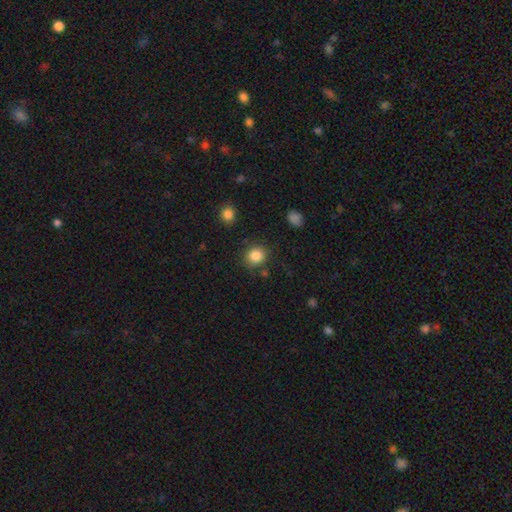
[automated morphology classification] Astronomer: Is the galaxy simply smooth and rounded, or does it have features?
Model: smooth — 85%.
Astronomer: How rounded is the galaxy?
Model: round — 81%.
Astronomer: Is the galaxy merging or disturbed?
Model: none — 84%.